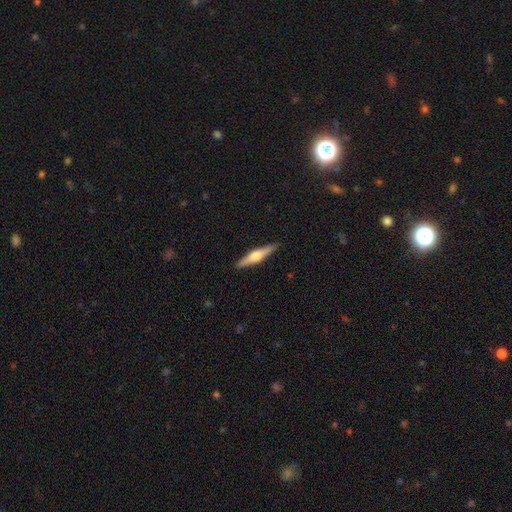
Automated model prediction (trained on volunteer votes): Smooth or featured: featured or disk — 62% (smooth — 33%)
Edge-on disk: yes — 97% (no — 3%)
Edge-on bulge: rounded — 92% (boxy — 5%)
Merging: none — 91% (minor disturbance — 7%)